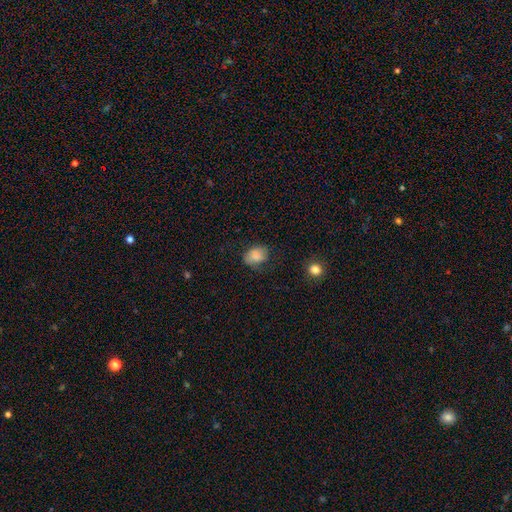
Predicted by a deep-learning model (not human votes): Smooth or featured? smooth (83%)
How rounded? in between (68%)
Merging? none (64%)